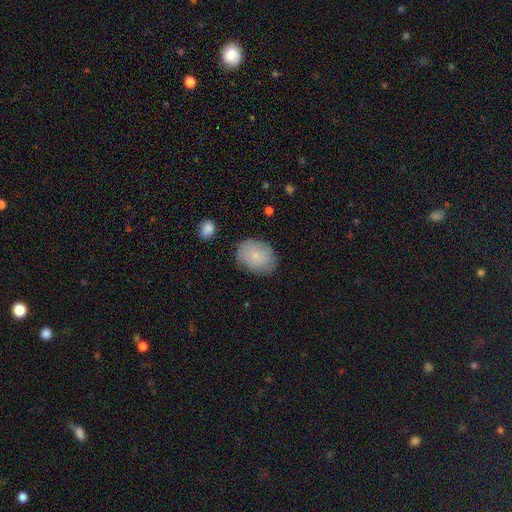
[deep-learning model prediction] Overall: smooth (81%). How rounded: in between (73%). Merging: none (79%).